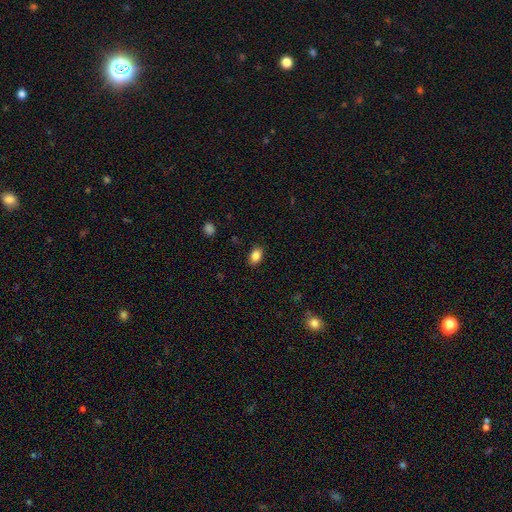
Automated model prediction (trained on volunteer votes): smooth 86%, star or artifact 9%, featured or disk 5%. Down the decision tree: how rounded — in between (83%); merging — none (88%).